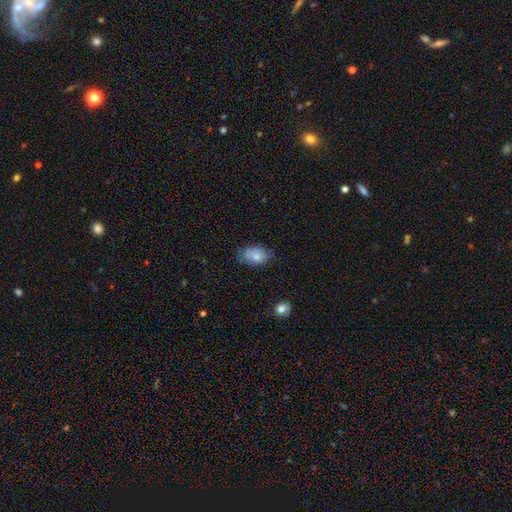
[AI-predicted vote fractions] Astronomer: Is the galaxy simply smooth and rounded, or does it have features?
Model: smooth — 77%.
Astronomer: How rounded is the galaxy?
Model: in between — 87%.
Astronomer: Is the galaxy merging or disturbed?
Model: none — 62%.